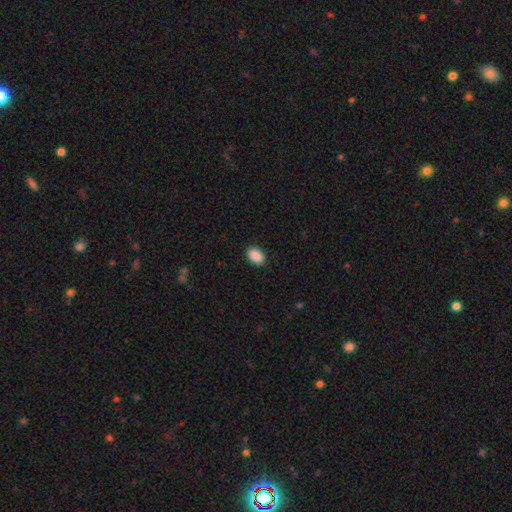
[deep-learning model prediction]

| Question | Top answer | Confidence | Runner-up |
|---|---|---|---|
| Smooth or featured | smooth | 90% | star or artifact (7%) |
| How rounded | in between | 85% | round (13%) |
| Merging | none | 89% | minor disturbance (8%) |